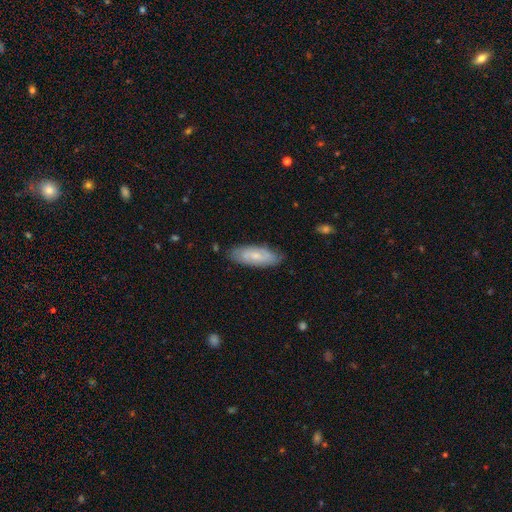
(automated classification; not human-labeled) The model was most divided on "smooth or featured": smooth: 53%, featured or disk: 41%, star or artifact: 6%. More confident: merging — none (81%); how rounded — in between (69%).